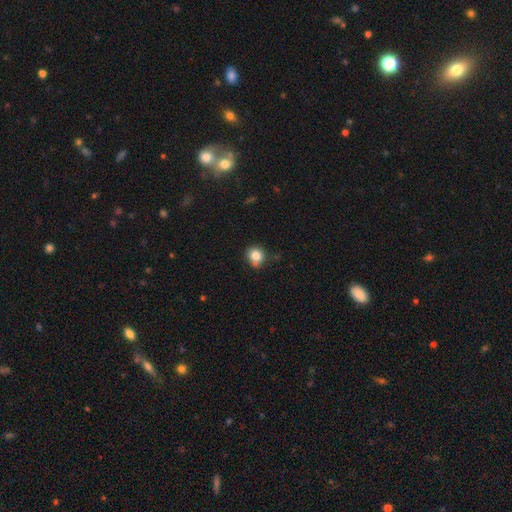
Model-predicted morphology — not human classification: Smooth or featured?
  - smooth: 83% *
  - star or artifact: 11%
  - featured or disk: 6%
How rounded?
  - round: 83% *
  - in between: 16%
  - cigar-shaped: 1%
Merging?
  - none: 69% *
  - minor disturbance: 22%
  - merger: 5%
  - major disturbance: 5%